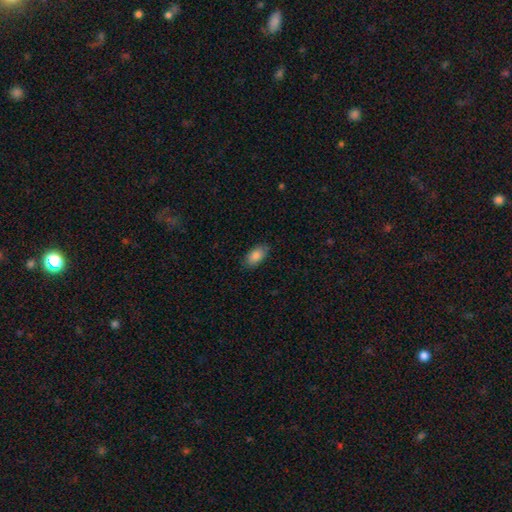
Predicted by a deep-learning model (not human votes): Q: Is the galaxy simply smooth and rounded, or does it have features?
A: smooth — 86%.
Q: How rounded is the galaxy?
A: in between — 93%.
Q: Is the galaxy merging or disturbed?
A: none — 85%.